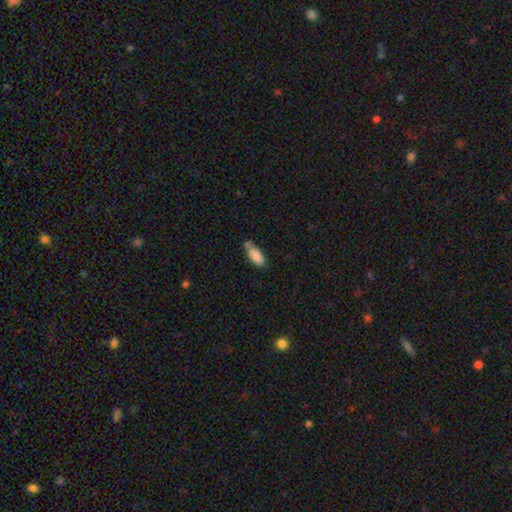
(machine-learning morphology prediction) A smooth galaxy with no disk features (84%) that is in between round and cigar-shaped (84%). Merging: none (52%).